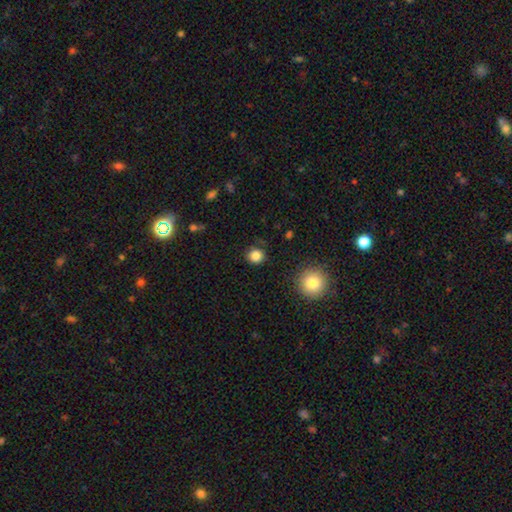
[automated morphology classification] Smooth or featured?
  - smooth: 84% *
  - star or artifact: 12%
  - featured or disk: 4%
How rounded?
  - round: 89% *
  - in between: 10%
  - cigar-shaped: 1%
Merging?
  - none: 88% *
  - minor disturbance: 8%
  - major disturbance: 3%
  - merger: 2%